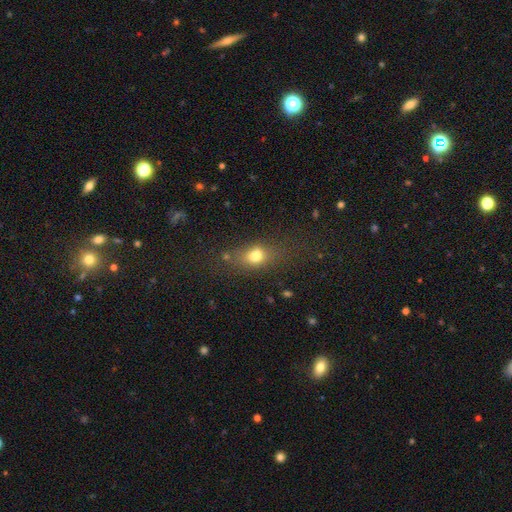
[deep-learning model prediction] smooth 74%, star or artifact 13%, featured or disk 13%. Down the decision tree: how rounded — in between (66%); merging — none (56%).